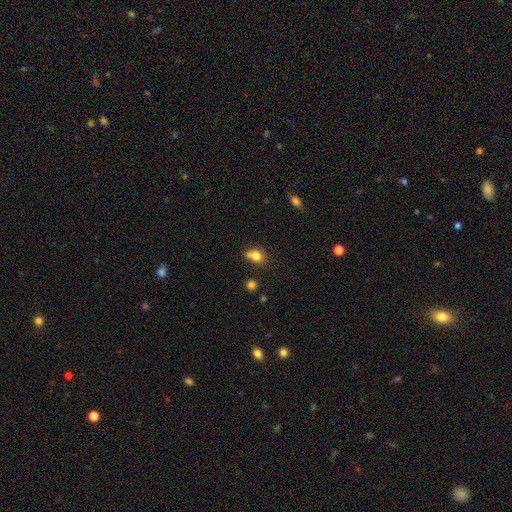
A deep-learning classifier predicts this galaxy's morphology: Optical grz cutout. It shows a smooth galaxy with no disk features (78%) that is round (57%). Merging: none (49%).